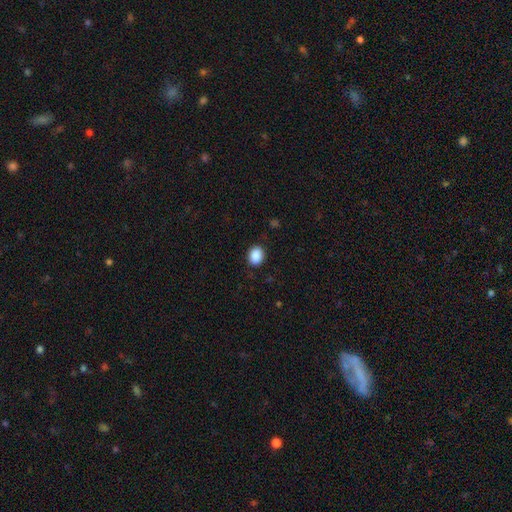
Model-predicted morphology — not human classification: Q: Smooth or featured?
A: smooth (89%); runner-up: star or artifact (8%)
Q: How rounded?
A: round (50%); runner-up: in between (49%)
Q: Merging?
A: none (88%); runner-up: minor disturbance (9%)